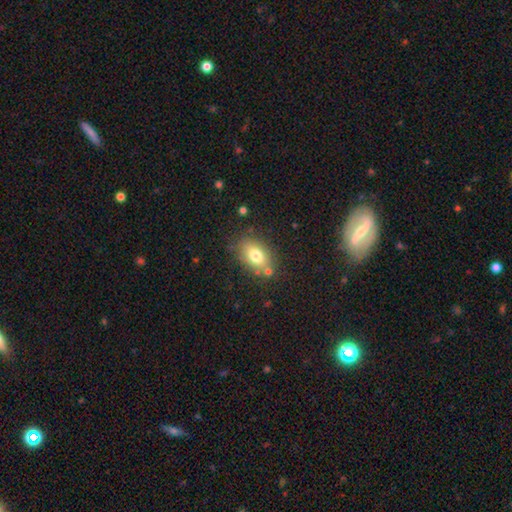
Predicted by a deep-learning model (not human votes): The model was most divided on "smooth or featured": smooth: 77%, featured or disk: 14%, star or artifact: 10%. More confident: how rounded — in between (83%); merging — none (77%).